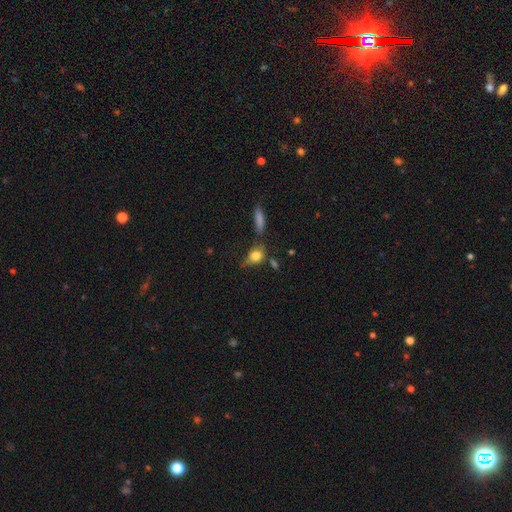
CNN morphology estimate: A smooth galaxy with no disk features (73%) that is in between round and cigar-shaped (61%). Merging: none (48%).